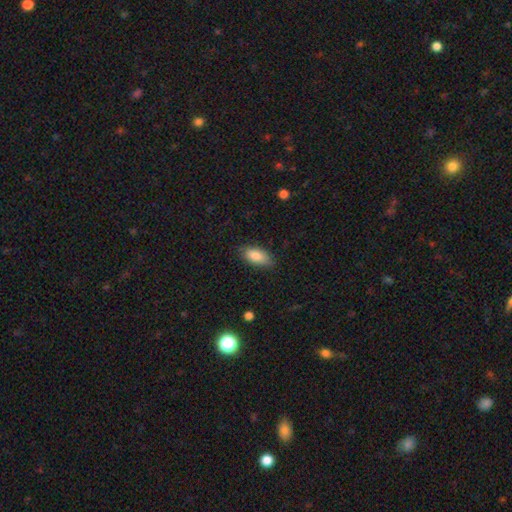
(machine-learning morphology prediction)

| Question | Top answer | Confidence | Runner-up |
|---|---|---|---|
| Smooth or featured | smooth | 86% | featured or disk (8%) |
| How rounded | in between | 89% | cigar-shaped (9%) |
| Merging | none | 80% | minor disturbance (15%) |